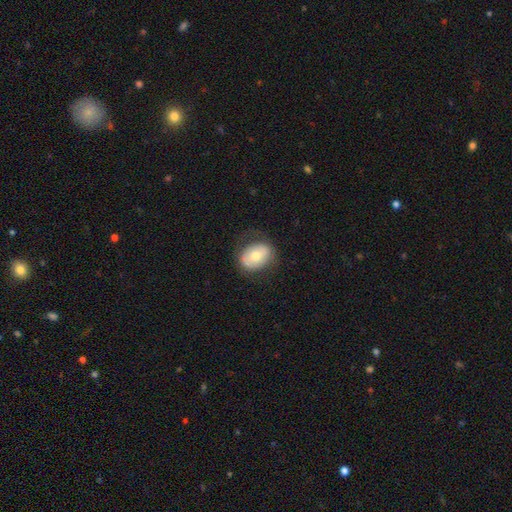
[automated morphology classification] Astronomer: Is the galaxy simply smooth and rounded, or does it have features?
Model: smooth — 62%.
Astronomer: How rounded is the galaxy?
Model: in between — 66%.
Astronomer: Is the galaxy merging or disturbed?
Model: none — 72%.